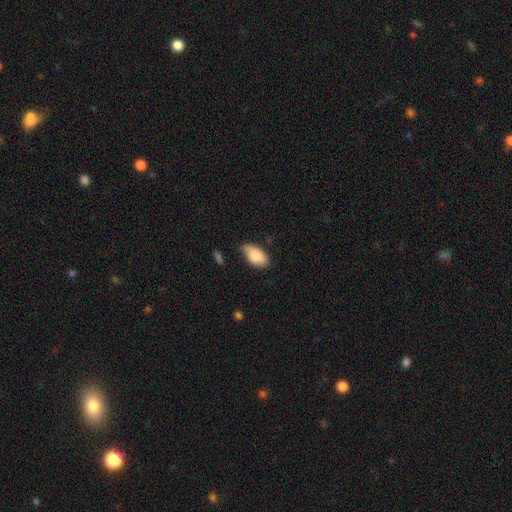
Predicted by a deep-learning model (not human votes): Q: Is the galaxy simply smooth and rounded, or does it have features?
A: smooth — 85%.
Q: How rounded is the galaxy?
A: in between — 94%.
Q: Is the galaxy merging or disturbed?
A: none — 62%.